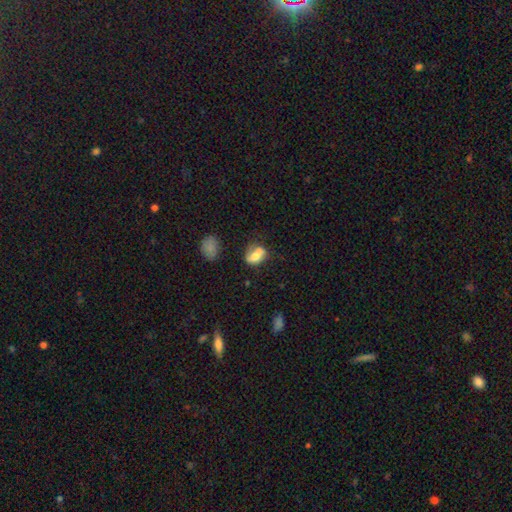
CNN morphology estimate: The model was most divided on "merging": none: 49%, minor disturbance: 26%, merger: 15%, major disturbance: 10%. More confident: how rounded — in between (75%); smooth or featured — smooth (62%).